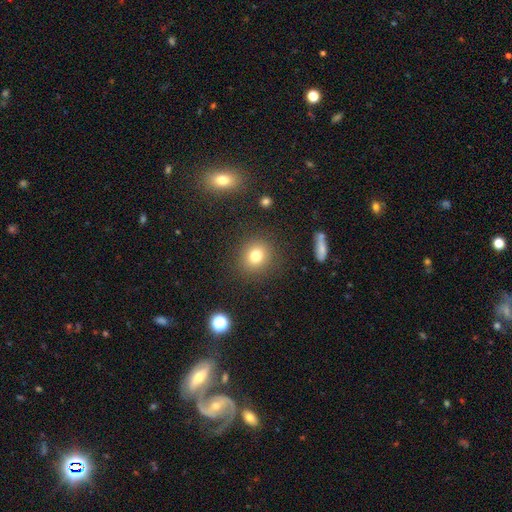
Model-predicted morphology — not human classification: This is likely a smooth galaxy (77%). How rounded: clearly round (84%). Merging: clearly none (87%).